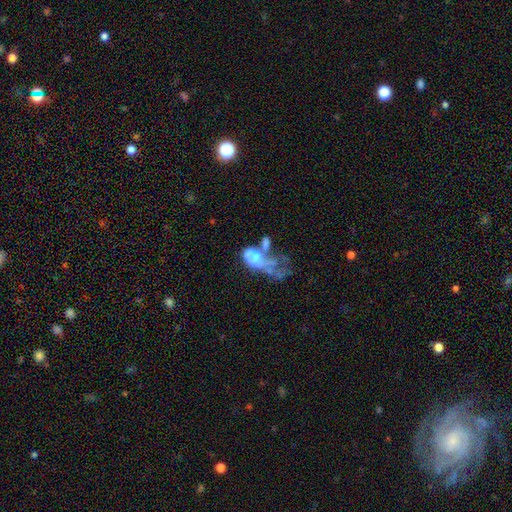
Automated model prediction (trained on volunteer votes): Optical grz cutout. It shows a featured or disk galaxy (57%) with no bar (84%), no spiral arms (83%) and a moderate central bulge (38%). Merging: merger (47%).